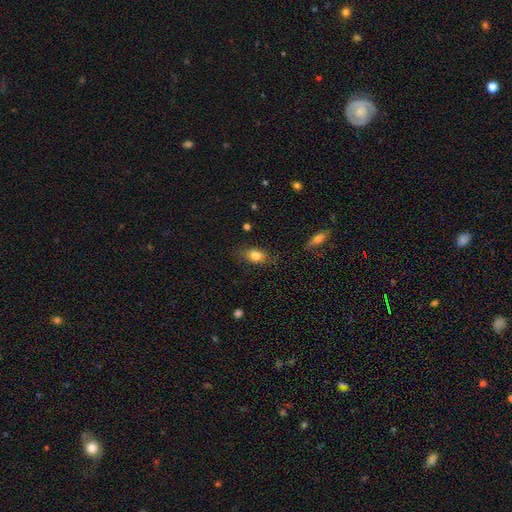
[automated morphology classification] Overall: smooth (79%). How rounded: in between (80%). Merging: none (78%).